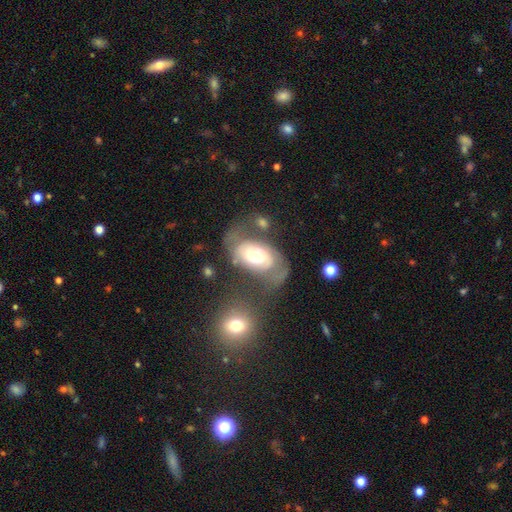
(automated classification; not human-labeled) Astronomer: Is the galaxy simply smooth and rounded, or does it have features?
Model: featured or disk — 62%.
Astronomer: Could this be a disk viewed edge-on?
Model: no — 95%.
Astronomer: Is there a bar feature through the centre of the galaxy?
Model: no — 75%.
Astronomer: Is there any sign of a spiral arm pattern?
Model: yes — 69%.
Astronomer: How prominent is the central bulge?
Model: moderate — 62%.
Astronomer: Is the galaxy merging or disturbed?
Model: none — 39% (runner-up: major disturbance, 25%).